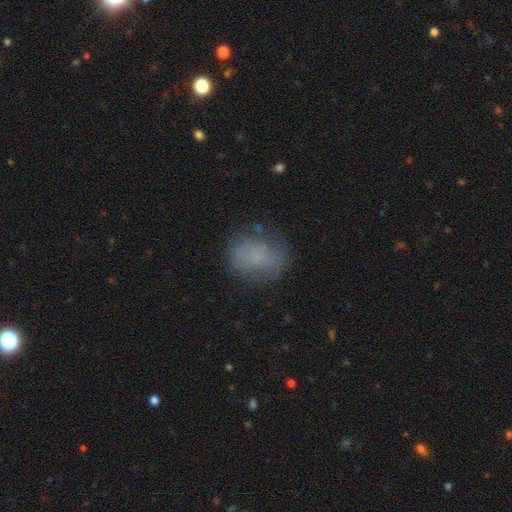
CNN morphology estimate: A smooth galaxy with no disk features (70%) that is in between round and cigar-shaped (57%).

Vote fractions:
- Smooth or featured? smooth: 70% / featured or disk: 18% / star or artifact: 12%
- How rounded? in between: 57% / round: 42% / cigar-shaped: 1%
- Merging? none: 65% / minor disturbance: 22% / major disturbance: 11% / merger: 2%